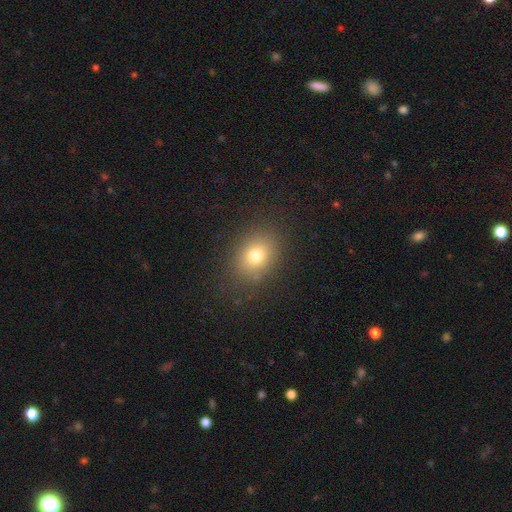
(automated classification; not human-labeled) Smooth or featured? smooth (75%)
How rounded? in between (55%)
Merging? none (84%)